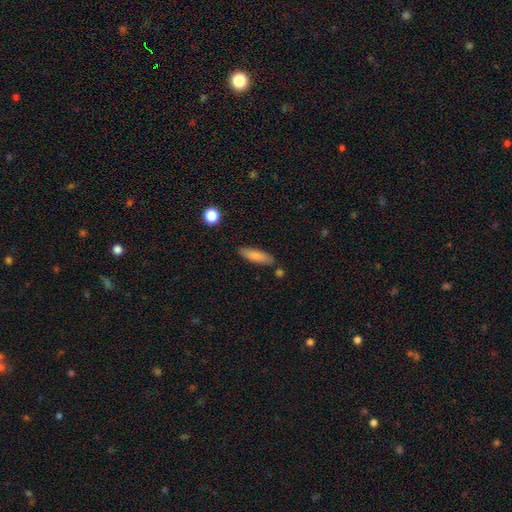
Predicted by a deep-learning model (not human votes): This is clearly a smooth galaxy (83%). How rounded: likely cigar-shaped (60%). Merging: clearly none (81%).